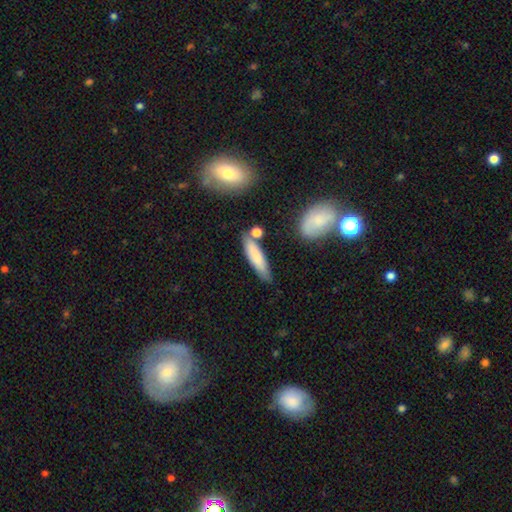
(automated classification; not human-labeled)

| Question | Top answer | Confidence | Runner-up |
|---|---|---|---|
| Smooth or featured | smooth | 78% | featured or disk (16%) |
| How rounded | cigar-shaped | 72% | in between (26%) |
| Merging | none | 70% | minor disturbance (16%) |